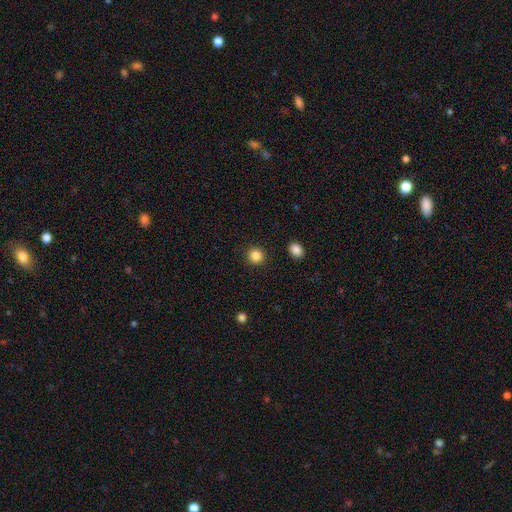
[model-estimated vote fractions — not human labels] smooth-or-featured: smooth: 86% | star or artifact: 11% | featured or disk: 4%
  how-rounded: round: 93% | in between: 6% | cigar-shaped: 1%
  merging: none: 92% | minor disturbance: 5% | major disturbance: 2% | merger: 2%